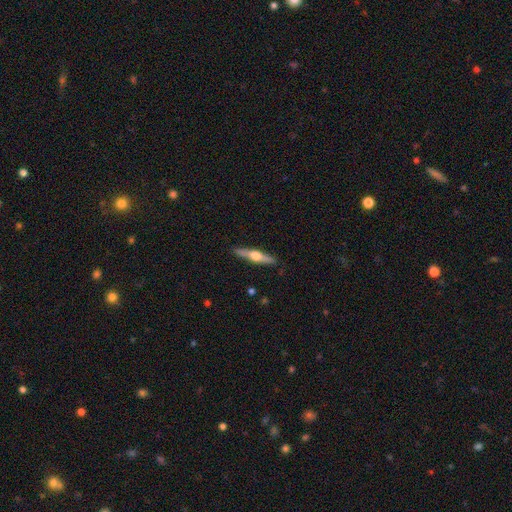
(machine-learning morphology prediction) Q: Smooth or featured?
A: featured or disk (64%); runner-up: smooth (30%)
Q: Edge-on disk?
A: yes (96%); runner-up: no (4%)
Q: Edge-on bulge?
A: rounded (94%); runner-up: boxy (3%)
Q: Merging?
A: none (90%); runner-up: minor disturbance (7%)